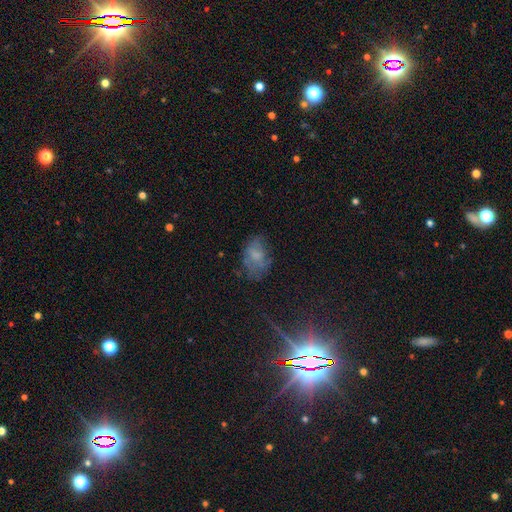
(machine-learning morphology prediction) Smooth or featured?
  - smooth: 50% *
  - featured or disk: 33%
  - star or artifact: 17%
How rounded?
  - in between: 82% *
  - round: 16%
  - cigar-shaped: 2%
Merging?
  - none: 54% *
  - minor disturbance: 25%
  - major disturbance: 19%
  - merger: 2%